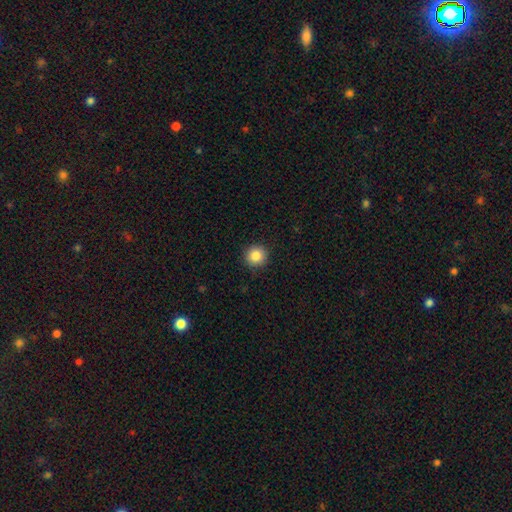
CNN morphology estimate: Q: Smooth or featured?
A: smooth (85%); runner-up: star or artifact (10%)
Q: How rounded?
A: round (94%); runner-up: in between (5%)
Q: Merging?
A: none (92%); runner-up: minor disturbance (5%)